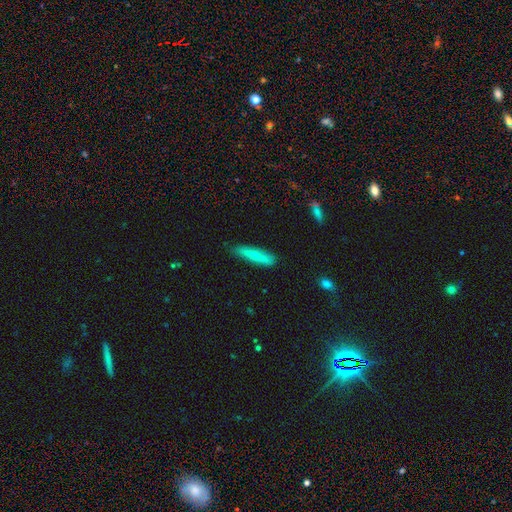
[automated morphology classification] The model was most divided on "smooth or featured": smooth: 64%, featured or disk: 29%, star or artifact: 6%. More confident: how rounded — cigar-shaped (82%); merging — none (78%).